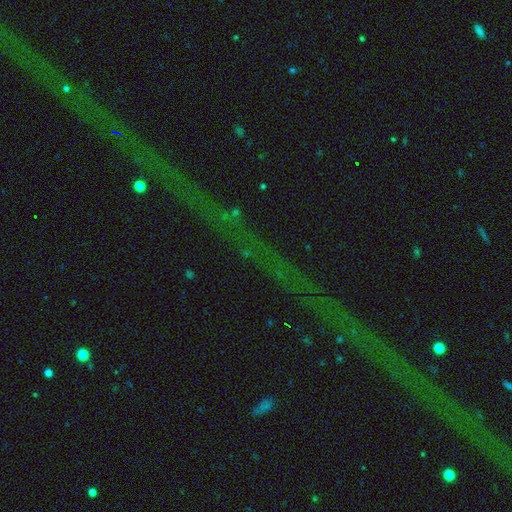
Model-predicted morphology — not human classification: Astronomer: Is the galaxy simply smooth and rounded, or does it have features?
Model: star or artifact — 80%.